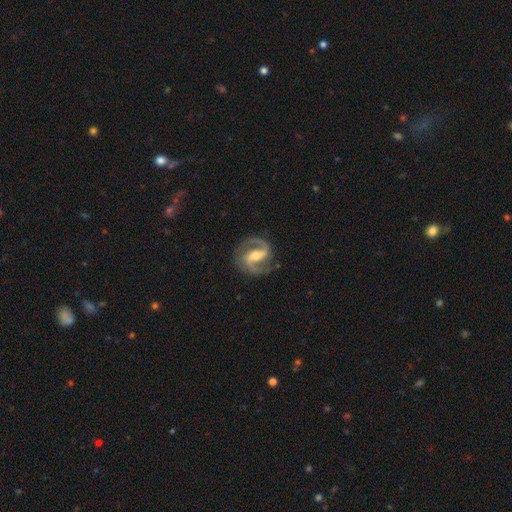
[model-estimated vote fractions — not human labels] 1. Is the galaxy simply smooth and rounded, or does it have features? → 92% featured or disk, 4% smooth, 4% star or artifact.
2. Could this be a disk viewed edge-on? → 98% no, 2% yes.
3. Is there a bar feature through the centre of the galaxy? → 45% strong, 39% weak, 16% no.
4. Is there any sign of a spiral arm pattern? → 98% yes, 2% no.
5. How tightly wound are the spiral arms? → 61% medium, 24% tight, 15% loose.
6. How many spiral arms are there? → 93% 2, 2% can't tell, 2% 1, 1% 3, 1% 4, 1% more than 4.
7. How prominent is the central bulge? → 63% moderate, 30% small, 4% large, 2% none, 1% dominant.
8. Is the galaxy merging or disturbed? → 84% none, 11% minor disturbance, 4% major disturbance, 1% merger.